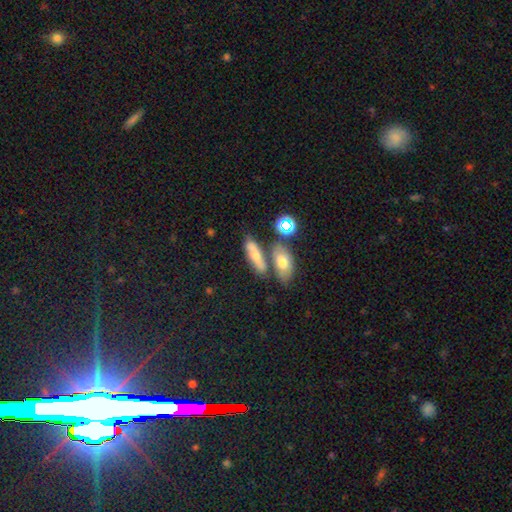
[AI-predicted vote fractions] Smooth or featured: smooth — 61% (featured or disk — 27%)
How rounded: in between — 56% (cigar-shaped — 37%)
Merging: none — 53% (merger — 28%)